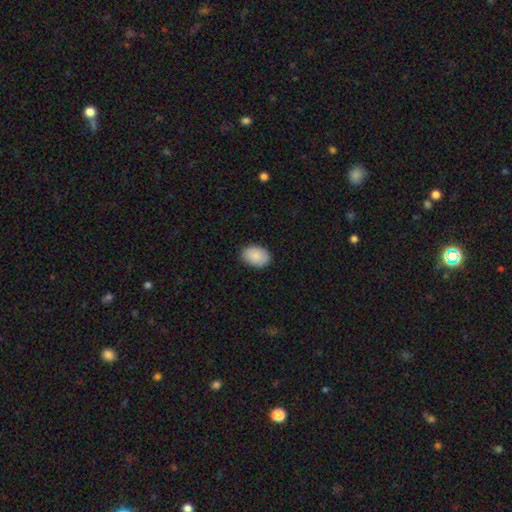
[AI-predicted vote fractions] smooth-or-featured: smooth: 88% | star or artifact: 7% | featured or disk: 5%
  how-rounded: in between: 81% | round: 18% | cigar-shaped: 1%
  merging: none: 86% | minor disturbance: 11% | major disturbance: 2% | merger: 1%